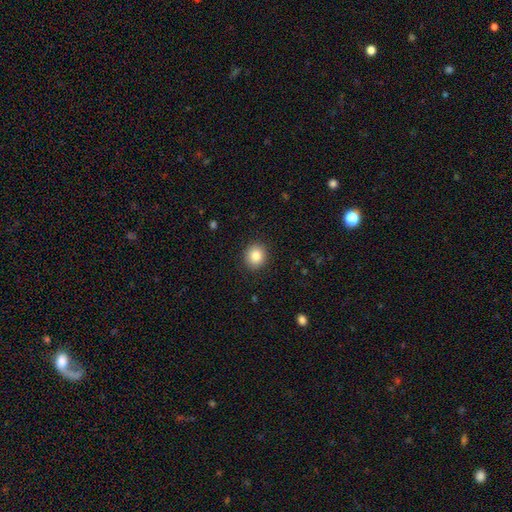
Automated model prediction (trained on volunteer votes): smooth-or-featured: smooth: 85% | star or artifact: 9% | featured or disk: 6%
  how-rounded: round: 84% | in between: 15% | cigar-shaped: 1%
  merging: none: 91% | minor disturbance: 6% | major disturbance: 2% | merger: 1%